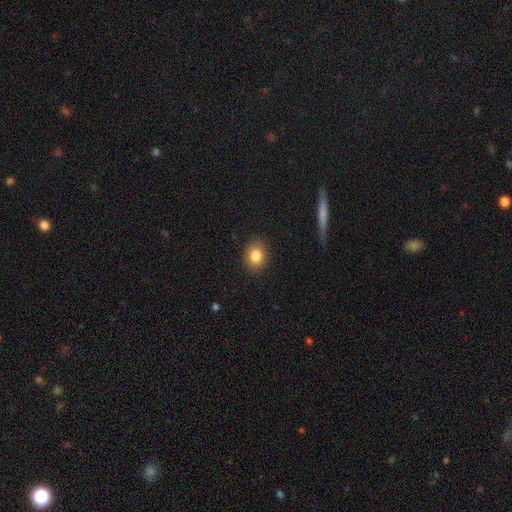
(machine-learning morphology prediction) Overall: smooth (84%). How rounded: in between (57%; round 41%). Merging: none (87%).